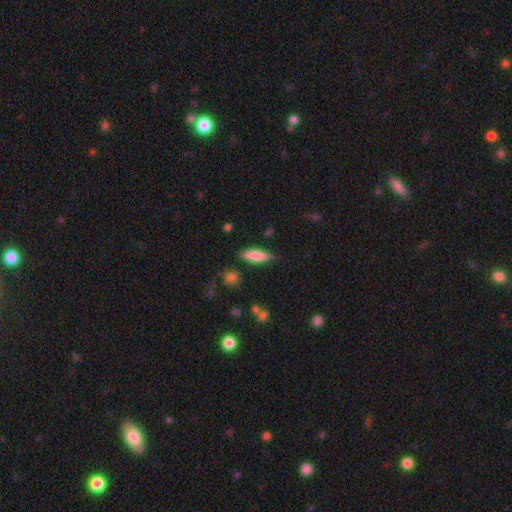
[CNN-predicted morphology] type=smooth (80%); roundness=in between (57%); merging=none (82%).